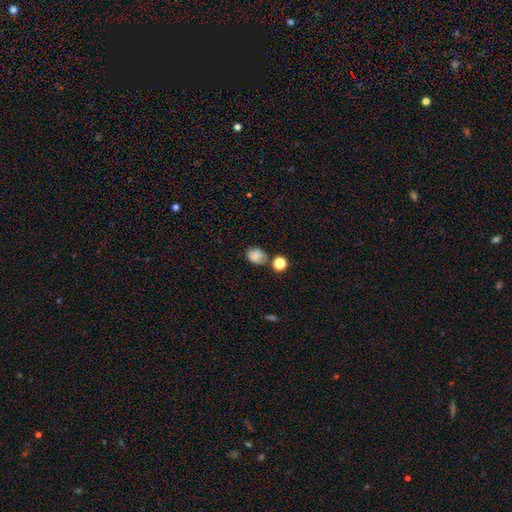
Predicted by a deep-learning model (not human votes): Q: Smooth or featured?
A: smooth (78%); runner-up: star or artifact (12%)
Q: How rounded?
A: in between (56%); runner-up: round (43%)
Q: Merging?
A: none (58%); runner-up: minor disturbance (22%)